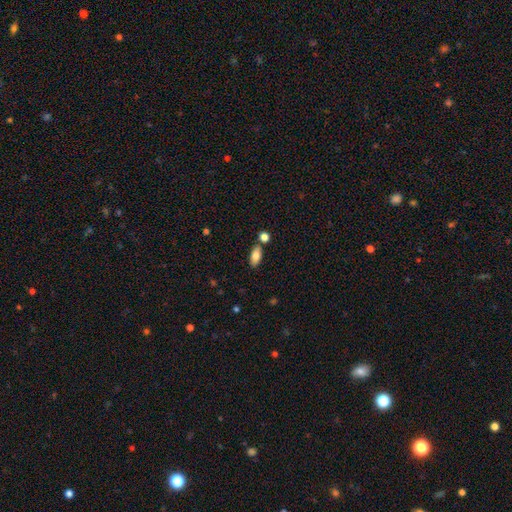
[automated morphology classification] A smooth galaxy with no disk features (81%) that is in between round and cigar-shaped (88%).

Vote fractions:
- Smooth or featured? smooth: 81% / featured or disk: 12% / star or artifact: 7%
- How rounded? in between: 88% / cigar-shaped: 8% / round: 3%
- Merging? none: 76% / merger: 11% / minor disturbance: 11% / major disturbance: 2%